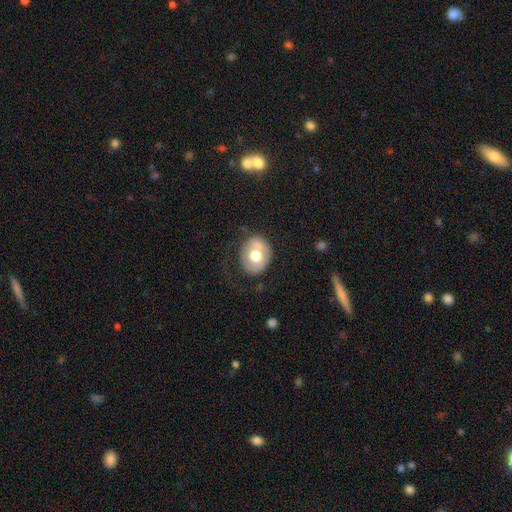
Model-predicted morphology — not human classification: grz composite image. It shows a smooth galaxy with no disk features (57%) that is round (59%). Merging: none (65%).